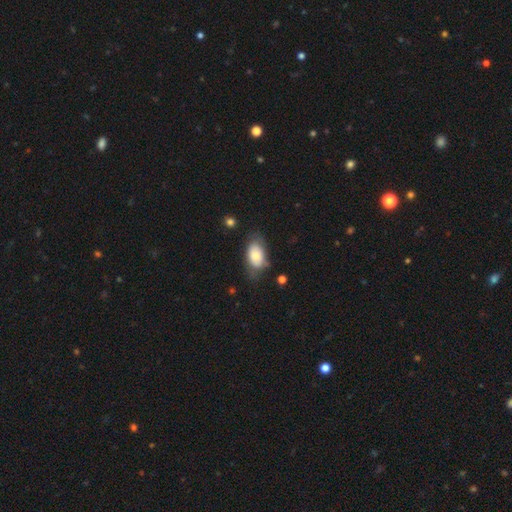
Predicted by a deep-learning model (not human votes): A smooth galaxy with no disk features (72%) that is in between round and cigar-shaped (91%).

Vote fractions:
- Smooth or featured? smooth: 72% / featured or disk: 21% / star or artifact: 7%
- How rounded? in between: 91% / round: 7% / cigar-shaped: 2%
- Merging? none: 59% / minor disturbance: 28% / major disturbance: 10% / merger: 3%